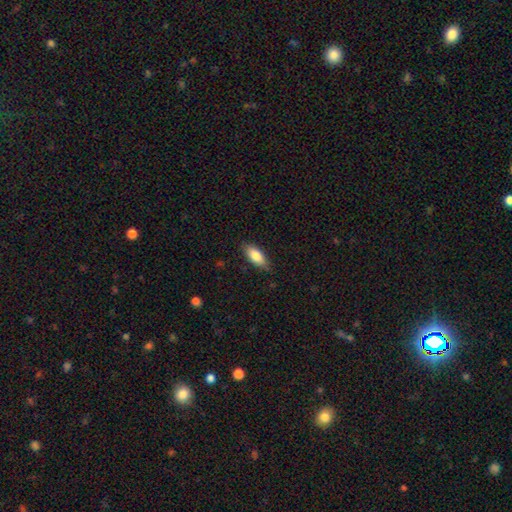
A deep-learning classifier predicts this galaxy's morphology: The model was most divided on "merging": none: 82%, minor disturbance: 15%, major disturbance: 3%, merger: 1%. More confident: smooth or featured — smooth (83%); how rounded — in between (83%).